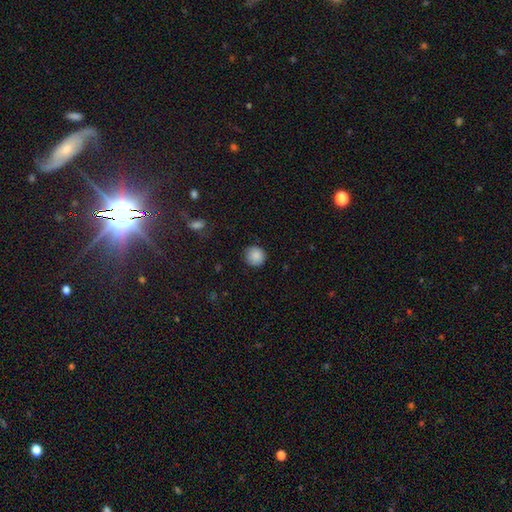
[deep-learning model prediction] Smooth or featured?
  - smooth: 87% *
  - star or artifact: 8%
  - featured or disk: 4%
How rounded?
  - round: 94% *
  - in between: 5%
  - cigar-shaped: 1%
Merging?
  - none: 87% *
  - minor disturbance: 9%
  - major disturbance: 2%
  - merger: 1%